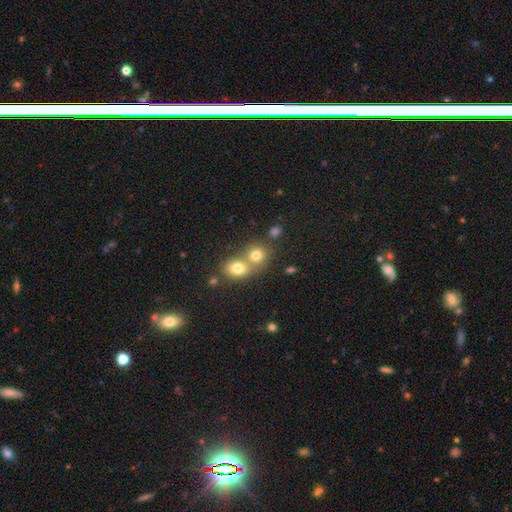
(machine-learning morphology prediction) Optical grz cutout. It shows a smooth galaxy with no disk features (73%) that is round (74%). Merging: merger (54%).